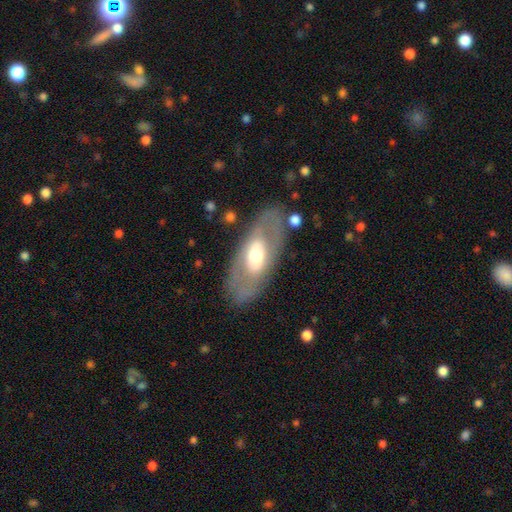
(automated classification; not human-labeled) Q: Smooth or featured?
A: featured or disk (58%); runner-up: smooth (36%)
Q: Edge-on disk?
A: no (84%); runner-up: yes (16%)
Q: Merging?
A: none (79%); runner-up: minor disturbance (13%)